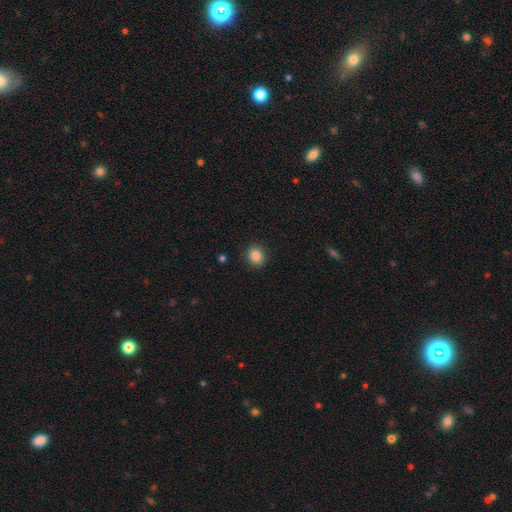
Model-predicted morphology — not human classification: Overall: smooth (85%). How rounded: round (58%; in between 41%). Merging: none (90%).